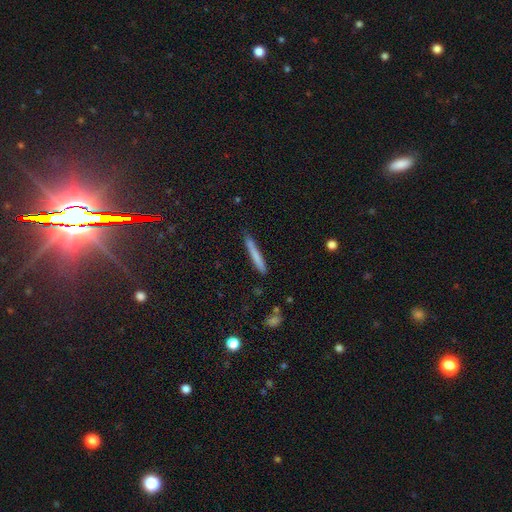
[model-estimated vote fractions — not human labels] Morphology: type=smooth (70%); roundness=cigar-shaped (96%); merging=none (84%).